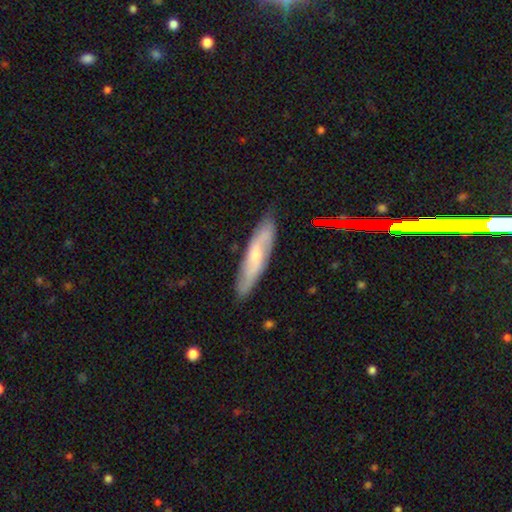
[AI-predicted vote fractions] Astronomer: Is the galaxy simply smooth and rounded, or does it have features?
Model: featured or disk — 56% (runner-up: smooth, 38%).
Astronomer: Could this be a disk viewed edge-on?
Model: no — 63%.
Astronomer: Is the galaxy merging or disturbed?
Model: none — 82%.